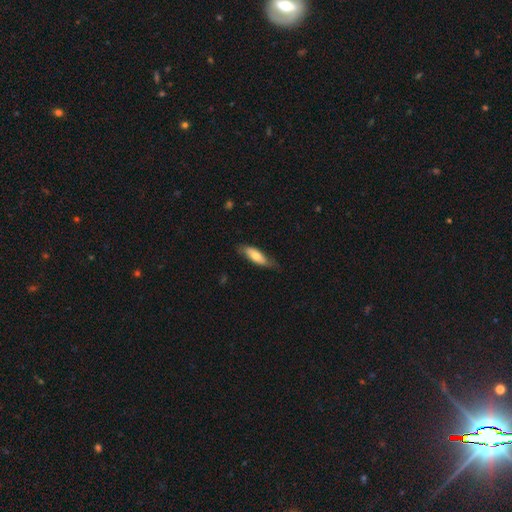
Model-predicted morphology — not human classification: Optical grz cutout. It shows a smooth galaxy with no disk features (64%) that is in between round and cigar-shaped (59%). Merging: none (69%).